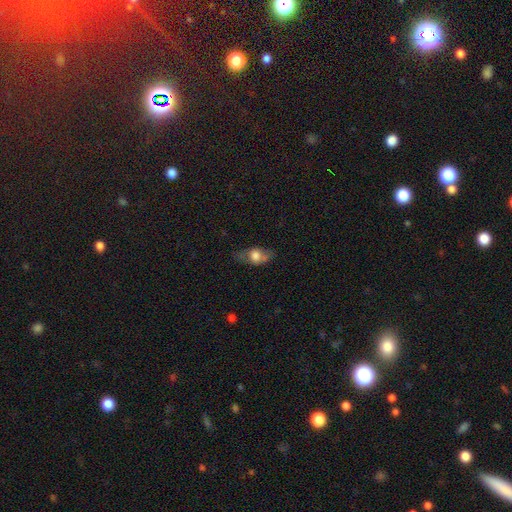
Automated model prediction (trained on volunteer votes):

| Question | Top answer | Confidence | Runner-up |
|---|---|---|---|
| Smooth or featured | smooth | 57% | featured or disk (34%) |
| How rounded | in between | 73% | round (16%) |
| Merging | none | 67% | minor disturbance (22%) |